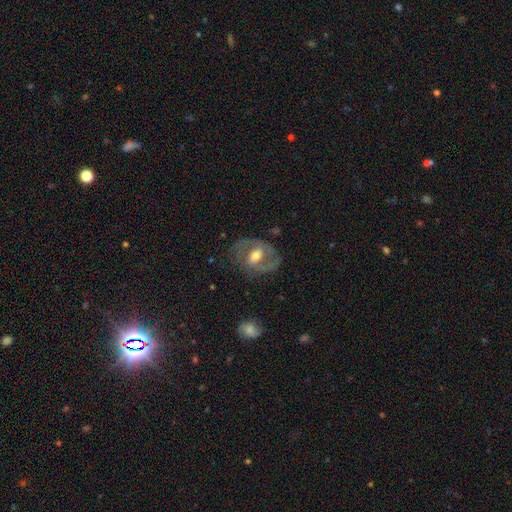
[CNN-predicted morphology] Q: Smooth or featured?
A: featured or disk (74%); runner-up: smooth (20%)
Q: Edge-on disk?
A: no (96%); runner-up: yes (4%)
Q: Bar?
A: weak (46%); runner-up: no (34%)
Q: Spiral arms?
A: yes (77%); runner-up: no (23%)
Q: Spiral winding?
A: medium (49%); runner-up: tight (30%)
Q: Spiral arm count?
A: 2 (73%); runner-up: can't tell (14%)
Q: Bulge size?
A: moderate (66%); runner-up: small (19%)
Q: Merging?
A: none (64%); runner-up: minor disturbance (19%)